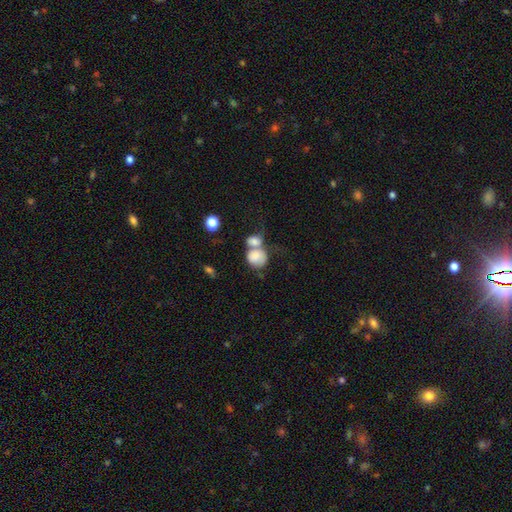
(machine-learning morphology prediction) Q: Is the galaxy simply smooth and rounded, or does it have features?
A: smooth — 79%.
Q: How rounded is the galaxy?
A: round — 62%.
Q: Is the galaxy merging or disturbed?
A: merger — 63%.